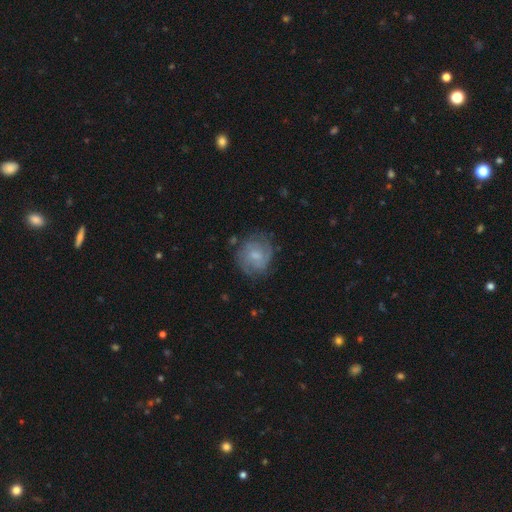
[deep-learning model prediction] This is likely a featured or disk galaxy (62%). It is clearly not viewed edge-on (98%). Bar: possibly no (52%). Spiral arm pattern: clearly yes (86%). Spiral arm count: marginally 2 (42%). Spiral winding: possibly tight (52%). Central bulge: possibly small (48%). Merging: likely none (72%).